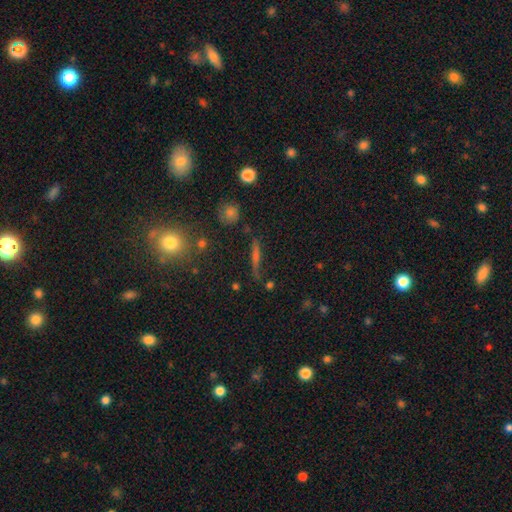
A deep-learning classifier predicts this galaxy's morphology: type=featured or disk (52%); edge-on=yes (90%); merging=none (81%).